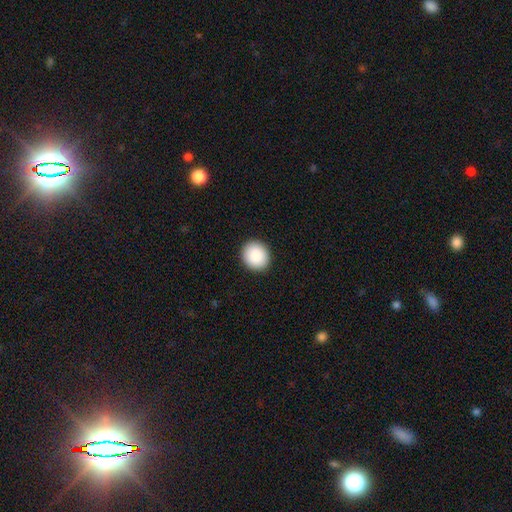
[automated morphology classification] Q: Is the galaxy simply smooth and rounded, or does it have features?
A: smooth — 89%.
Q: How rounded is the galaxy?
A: round — 77%.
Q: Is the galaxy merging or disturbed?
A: none — 92%.